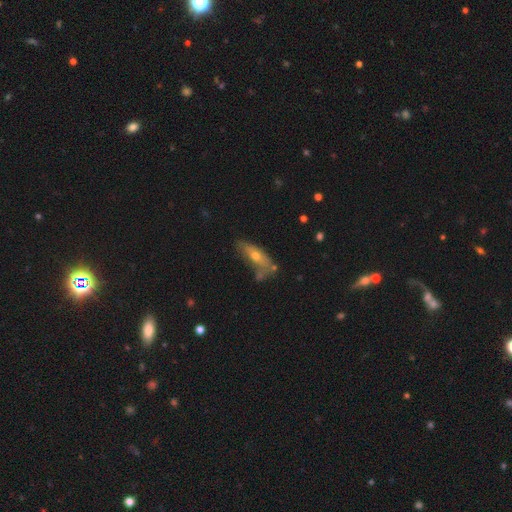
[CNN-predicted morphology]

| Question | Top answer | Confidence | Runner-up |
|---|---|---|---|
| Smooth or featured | smooth | 51% | featured or disk (41%) |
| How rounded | in between | 58% | cigar-shaped (39%) |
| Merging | none | 53% | minor disturbance (27%) |